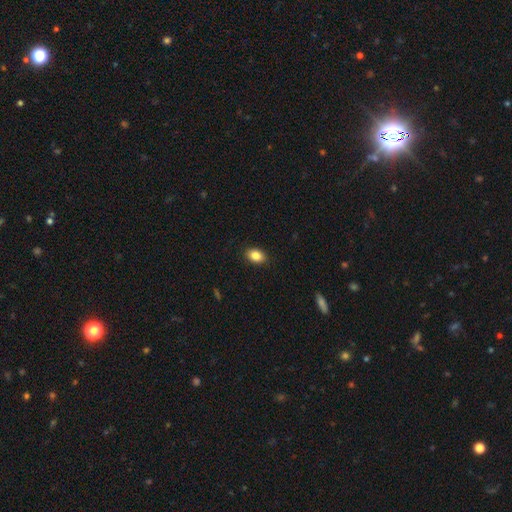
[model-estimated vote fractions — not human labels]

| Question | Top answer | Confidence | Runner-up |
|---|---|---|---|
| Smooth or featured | smooth | 86% | star or artifact (8%) |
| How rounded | in between | 82% | round (17%) |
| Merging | none | 90% | minor disturbance (7%) |